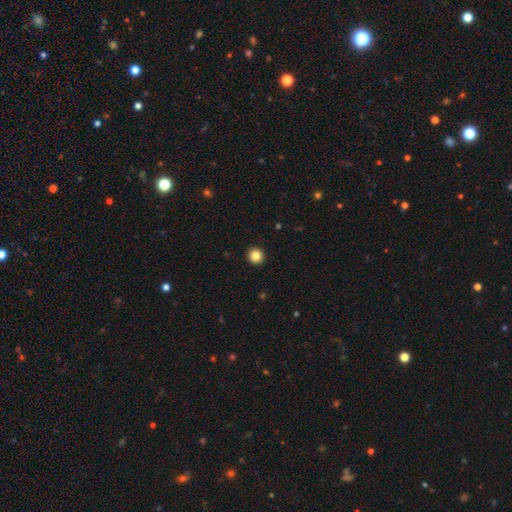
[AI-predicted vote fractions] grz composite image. It shows a smooth galaxy with no disk features (85%) that is round (93%). Merging: none (94%).